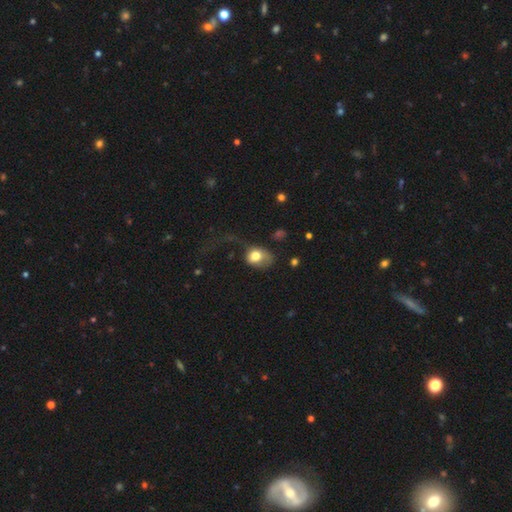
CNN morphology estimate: A smooth galaxy with no disk features (74%) that is in between round and cigar-shaped (56%).

Vote fractions:
- Smooth or featured? smooth: 74% / featured or disk: 17% / star or artifact: 8%
- How rounded? in between: 56% / round: 43% / cigar-shaped: 1%
- Merging? major disturbance: 51% / minor disturbance: 23% / none: 23% / merger: 4%